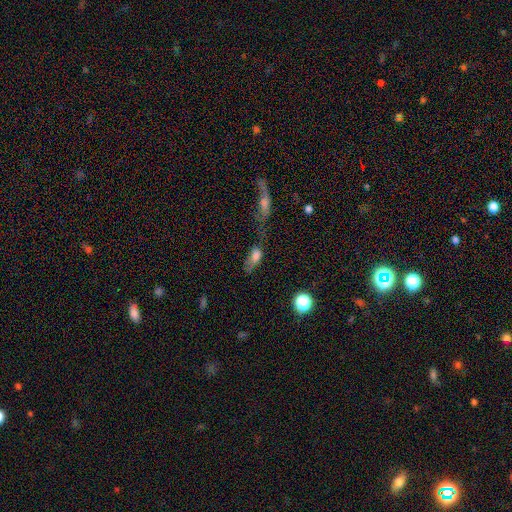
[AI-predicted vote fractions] Overall: smooth (63%). How rounded: in between (75%). Merging: major disturbance (31%; merger 25%).